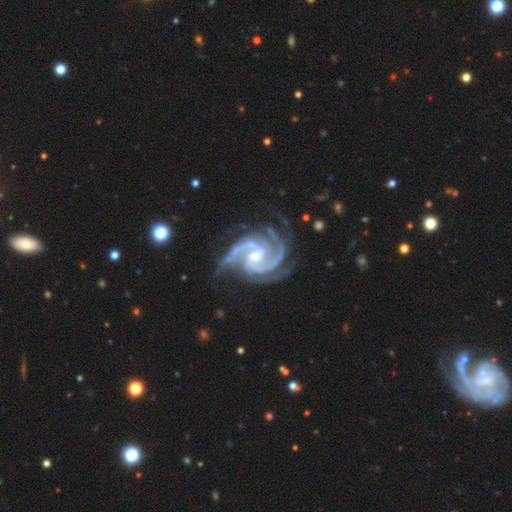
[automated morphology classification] Smooth or featured?
  - featured or disk: 95% *
  - star or artifact: 3%
  - smooth: 2%
Edge-on disk?
  - no: 98% *
  - yes: 2%
Bar?
  - no: 50% *
  - weak: 35%
  - strong: 15%
Spiral arms?
  - yes: 99% *
  - no: 1%
Spiral winding?
  - tight: 50% *
  - medium: 45%
  - loose: 5%
Spiral arm count?
  - 3: 45% *
  - 2: 25%
  - 4: 12%
  - can't tell: 7%
  - more than 4: 6%
  - 1: 6%
Bulge size?
  - small: 57% *
  - moderate: 39%
  - none: 2%
  - large: 1%
  - dominant: 1%
Merging?
  - none: 70% *
  - minor disturbance: 19%
  - major disturbance: 9%
  - merger: 2%